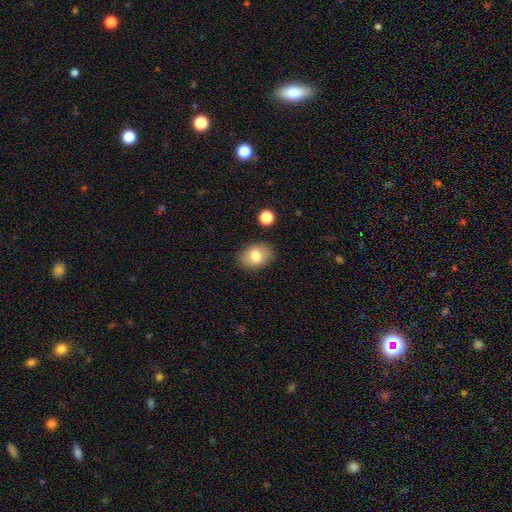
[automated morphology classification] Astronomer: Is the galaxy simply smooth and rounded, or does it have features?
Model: smooth — 79%.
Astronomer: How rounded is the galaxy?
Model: in between — 71%.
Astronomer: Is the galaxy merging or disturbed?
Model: none — 85%.